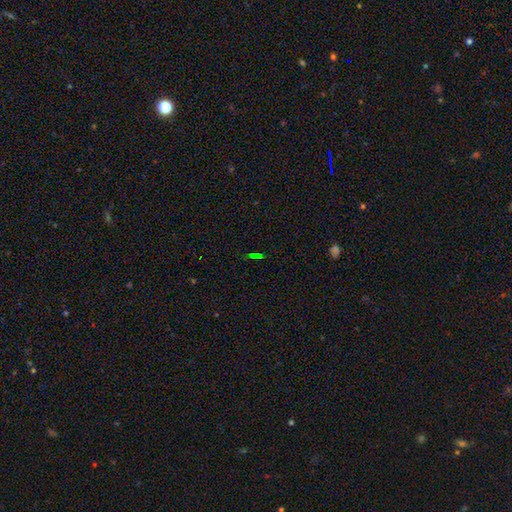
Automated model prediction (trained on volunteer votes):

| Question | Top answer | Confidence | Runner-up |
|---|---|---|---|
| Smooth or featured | star or artifact | 59% | smooth (27%) |